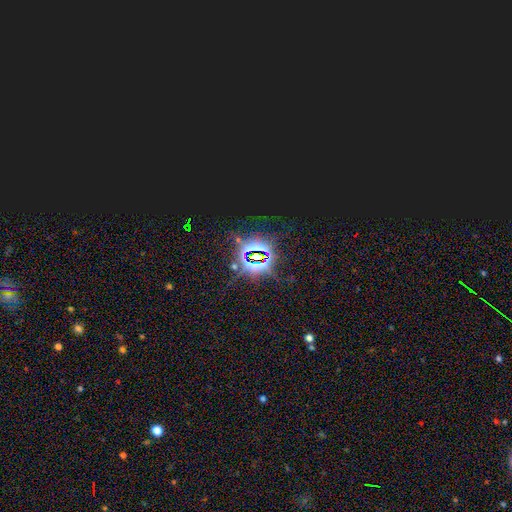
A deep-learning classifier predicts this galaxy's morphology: Smooth or featured? star or artifact (87%)